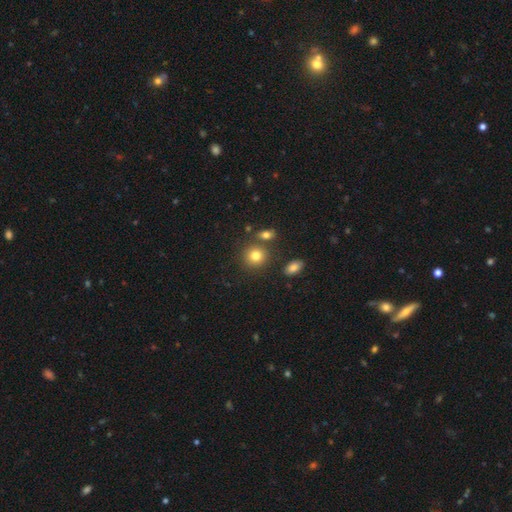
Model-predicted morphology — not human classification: Smooth or featured?
  - smooth: 81% *
  - star or artifact: 11%
  - featured or disk: 8%
How rounded?
  - round: 84% *
  - in between: 15%
  - cigar-shaped: 1%
Merging?
  - none: 77% *
  - merger: 10%
  - minor disturbance: 9%
  - major disturbance: 3%